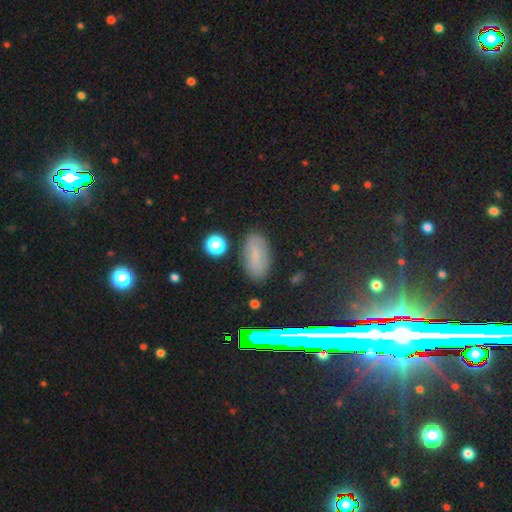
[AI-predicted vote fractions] A smooth galaxy with no disk features (63%) that is in between round and cigar-shaped (87%). Merging: none (83%).